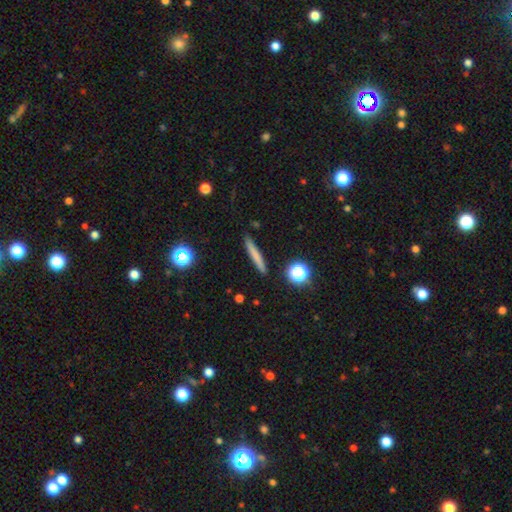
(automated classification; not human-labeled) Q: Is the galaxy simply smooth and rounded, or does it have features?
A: smooth — 71%.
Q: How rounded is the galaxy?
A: cigar-shaped — 93%.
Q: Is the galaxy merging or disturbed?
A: none — 89%.